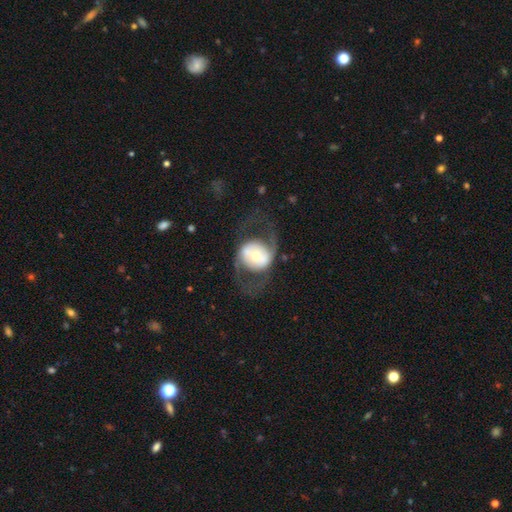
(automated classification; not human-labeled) This appears to be a featured or disk galaxy (71%) with no bar (58%), spiral arms (68%) and a moderate central bulge (59%). Merging: none (61%).